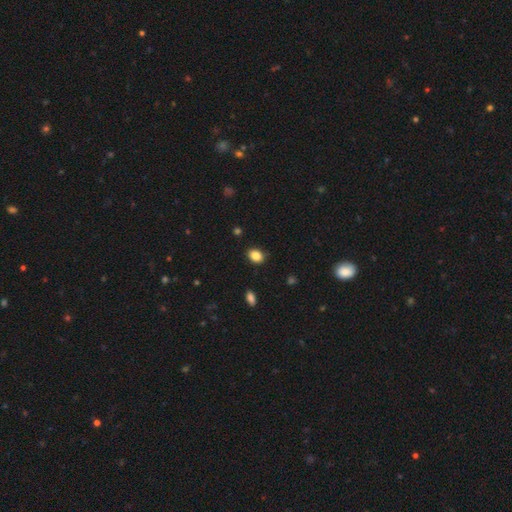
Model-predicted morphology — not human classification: Smooth or featured: smooth — 86% (star or artifact — 9%)
How rounded: in between — 65% (round — 33%)
Merging: none — 86% (minor disturbance — 10%)